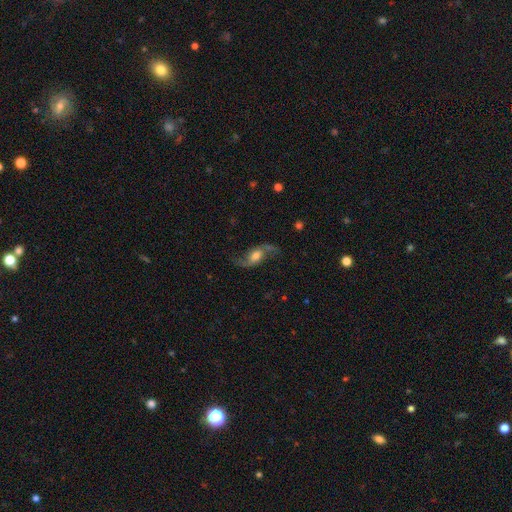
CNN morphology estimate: A featured or disk galaxy (77%) with no bar (52%), 2 (93%) loose (85%) spiral arms (94%) and a moderate central bulge (55%). Merging: none (69%).